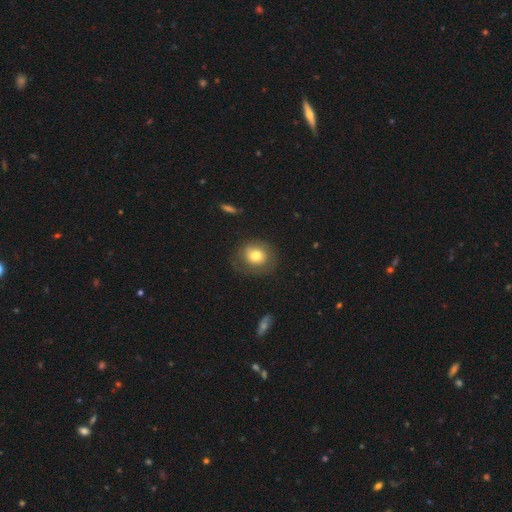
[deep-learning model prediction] Morphology: type=smooth (68%); roundness=round (73%); merging=none (70%).